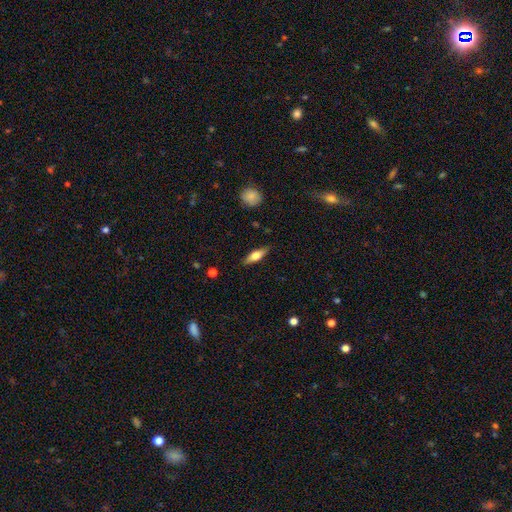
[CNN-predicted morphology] type=smooth (54%); roundness=cigar-shaped (49%); merging=none (86%).